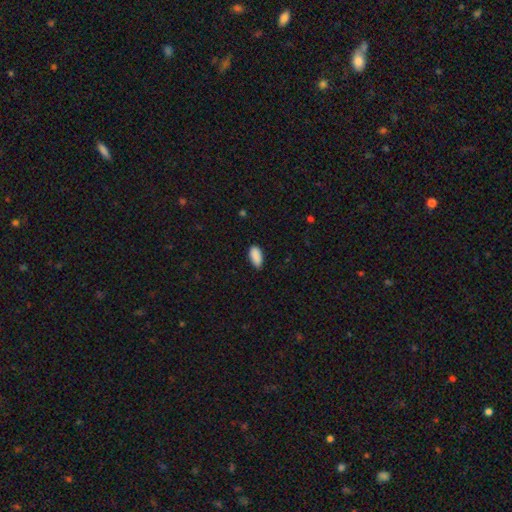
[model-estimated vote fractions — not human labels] smooth-or-featured: smooth: 90% | star or artifact: 7% | featured or disk: 3%
  how-rounded: in between: 93% | cigar-shaped: 5% | round: 2%
  merging: none: 82% | minor disturbance: 15% | major disturbance: 2% | merger: 1%